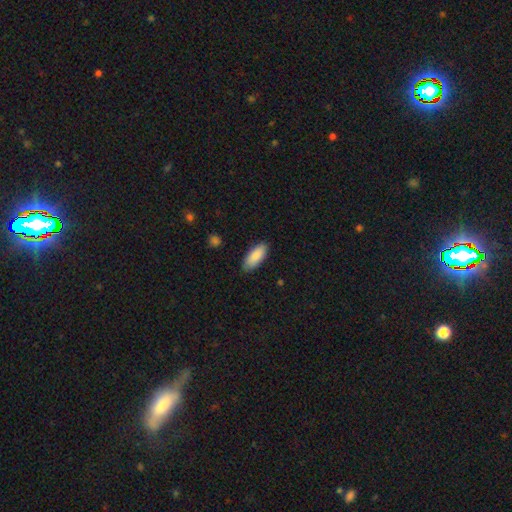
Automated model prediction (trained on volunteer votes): smooth 88%, featured or disk 6%, star or artifact 6%. Down the decision tree: how rounded — in between (83%); merging — none (85%).